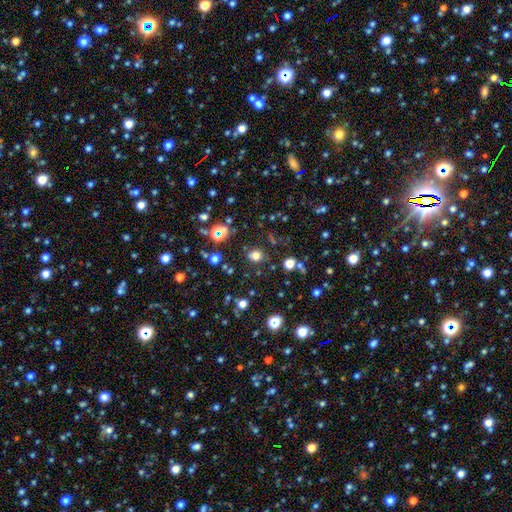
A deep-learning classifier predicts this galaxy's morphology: Overall: smooth (73%). How rounded: round (77%). Merging: none (84%).